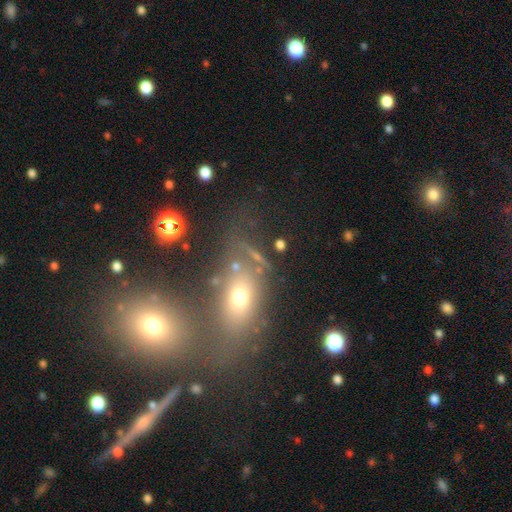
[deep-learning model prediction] A smooth galaxy with no disk features (51%) that is in between round and cigar-shaped (55%).

Vote fractions:
- Smooth or featured? smooth: 51% / star or artifact: 27% / featured or disk: 22%
- How rounded? in between: 55% / round: 30% / cigar-shaped: 15%
- Merging? none: 58% / merger: 17% / minor disturbance: 14% / major disturbance: 11%